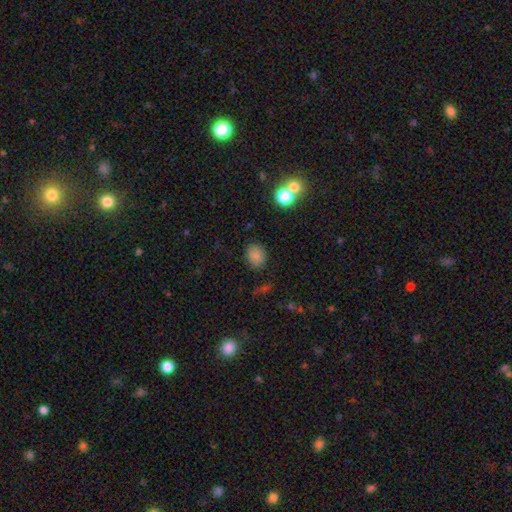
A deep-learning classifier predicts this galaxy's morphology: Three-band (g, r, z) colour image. It shows a smooth galaxy with no disk features (82%) that is in between round and cigar-shaped (52%). Merging: none (81%).